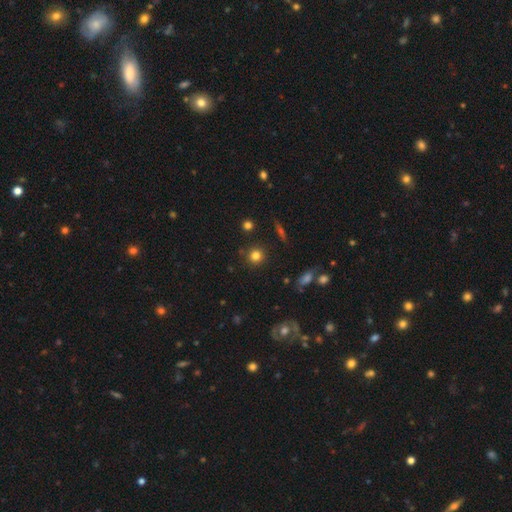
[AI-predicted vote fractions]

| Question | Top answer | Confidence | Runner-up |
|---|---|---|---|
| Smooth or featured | smooth | 79% | star or artifact (14%) |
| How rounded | round | 91% | in between (8%) |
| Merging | none | 87% | minor disturbance (7%) |